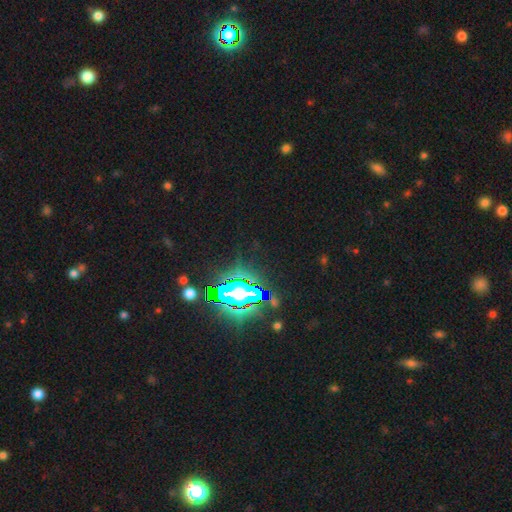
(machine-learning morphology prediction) Smooth or featured: star or artifact — 84% (smooth — 8%)